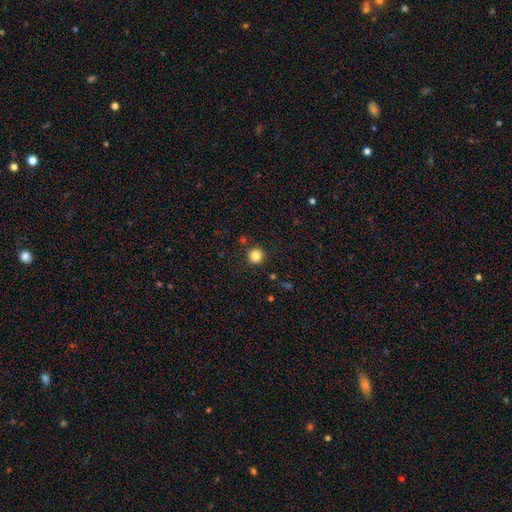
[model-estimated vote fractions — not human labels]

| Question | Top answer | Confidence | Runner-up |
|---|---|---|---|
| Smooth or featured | smooth | 84% | star or artifact (12%) |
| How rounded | round | 95% | in between (4%) |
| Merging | none | 90% | minor disturbance (6%) |